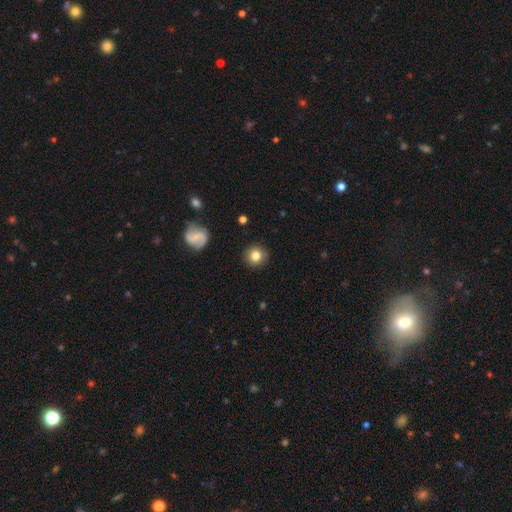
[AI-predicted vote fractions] Smooth or featured: smooth — 78% (featured or disk — 12%)
How rounded: round — 93% (in between — 6%)
Merging: none — 89% (minor disturbance — 8%)